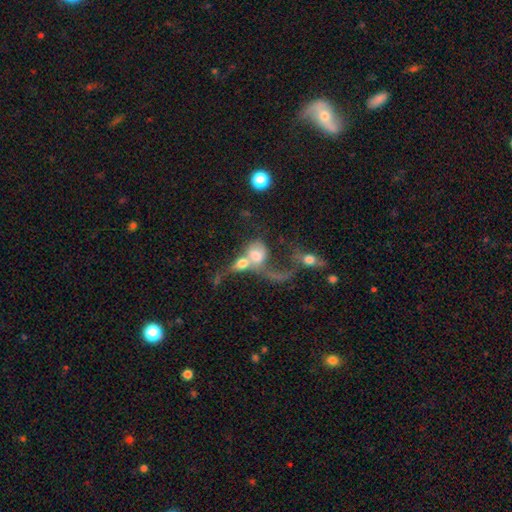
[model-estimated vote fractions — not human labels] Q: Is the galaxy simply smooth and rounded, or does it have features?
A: smooth — 49%.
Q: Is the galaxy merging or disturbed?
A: merger — 75%.